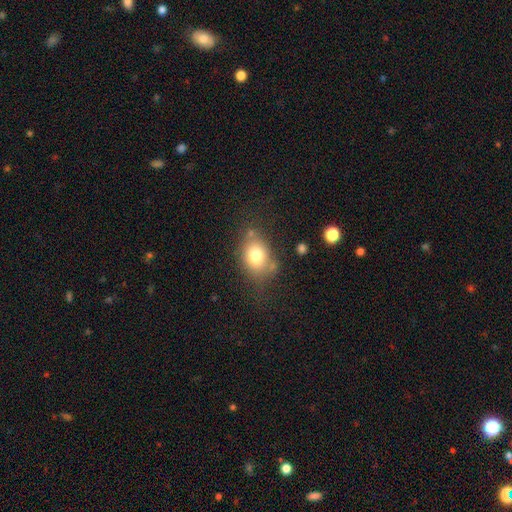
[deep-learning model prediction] smooth 76%, featured or disk 14%, star or artifact 10%. Down the decision tree: how rounded — in between (62%); merging — none (63%).